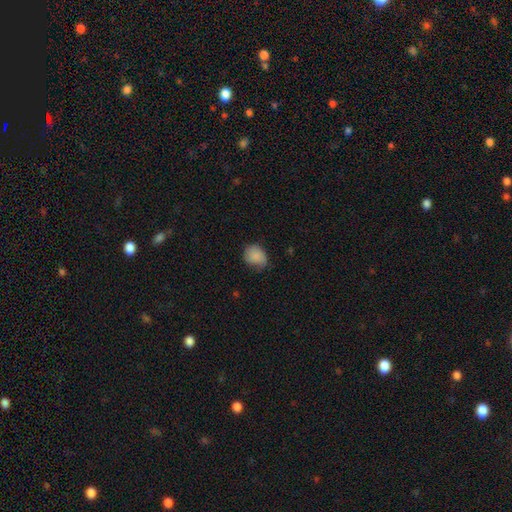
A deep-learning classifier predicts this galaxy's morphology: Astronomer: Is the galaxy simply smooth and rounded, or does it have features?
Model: smooth — 84%.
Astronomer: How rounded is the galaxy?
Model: round — 59% (runner-up: in between, 41%).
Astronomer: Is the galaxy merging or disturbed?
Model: none — 57% (runner-up: minor disturbance, 35%).